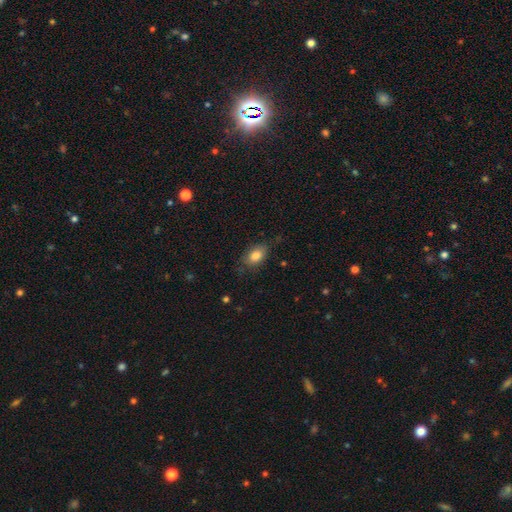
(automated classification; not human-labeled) smooth 82%, featured or disk 10%, star or artifact 8%. Down the decision tree: how rounded — in between (87%); merging — none (74%).